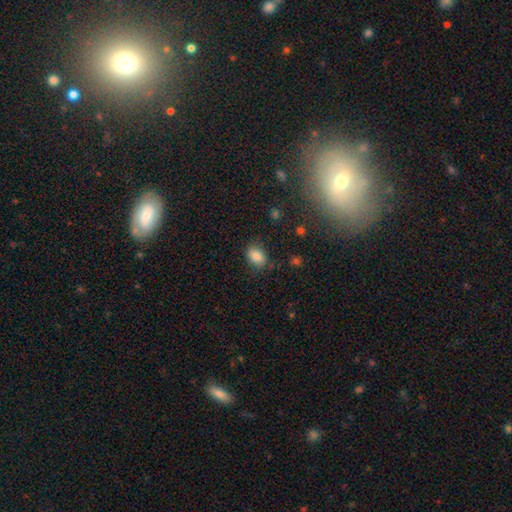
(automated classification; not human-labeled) smooth 85%, star or artifact 9%, featured or disk 6%. Down the decision tree: how rounded — in between (82%); merging — none (81%).